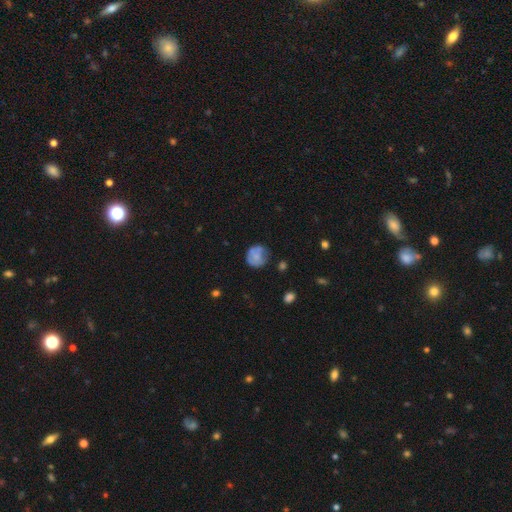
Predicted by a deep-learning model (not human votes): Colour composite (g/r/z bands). It shows a smooth galaxy with no disk features (60%) that is round (82%). Merging: none (58%).